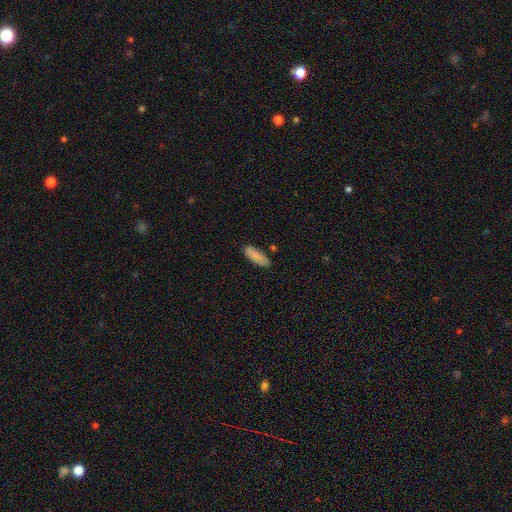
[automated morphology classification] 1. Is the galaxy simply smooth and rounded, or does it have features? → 84% smooth, 10% featured or disk, 6% star or artifact.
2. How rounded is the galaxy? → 62% in between, 36% cigar-shaped, 2% round.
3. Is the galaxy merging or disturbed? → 83% none, 12% minor disturbance, 3% merger, 2% major disturbance.